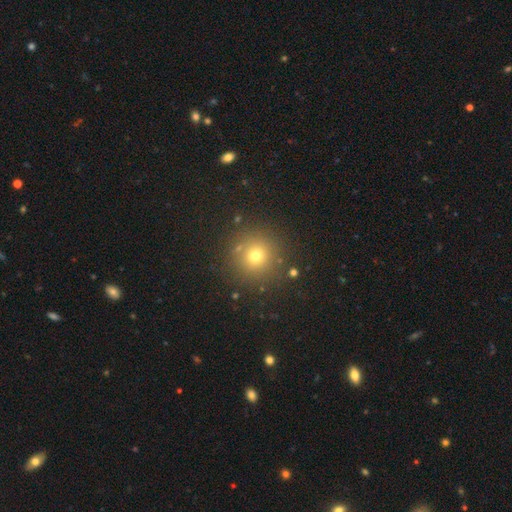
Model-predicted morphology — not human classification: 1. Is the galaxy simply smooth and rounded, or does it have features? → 70% smooth, 21% star or artifact, 9% featured or disk.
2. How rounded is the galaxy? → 94% round, 5% in between, 1% cigar-shaped.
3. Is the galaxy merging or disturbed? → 86% none, 7% minor disturbance, 3% merger, 3% major disturbance.